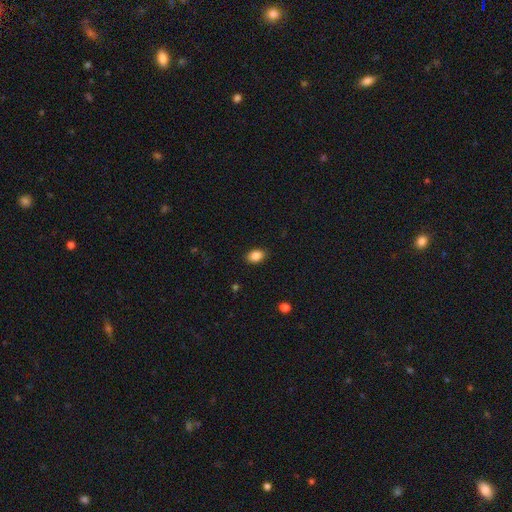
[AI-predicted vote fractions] This appears to be a smooth galaxy with no disk features (87%) that is in between round and cigar-shaped (74%). Merging: none (87%).